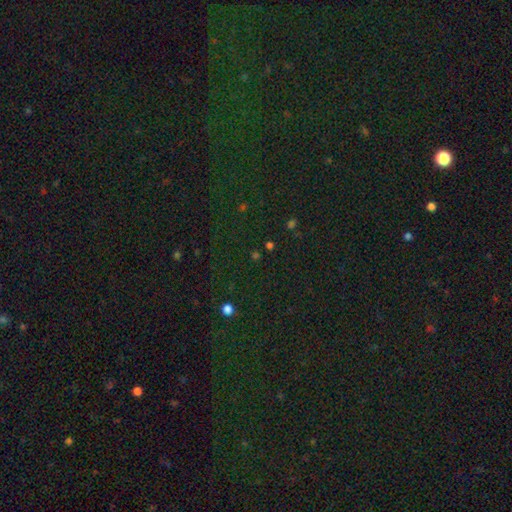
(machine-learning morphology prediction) The model was most divided on "smooth or featured": star or artifact: 67%, smooth: 26%, featured or disk: 8%.